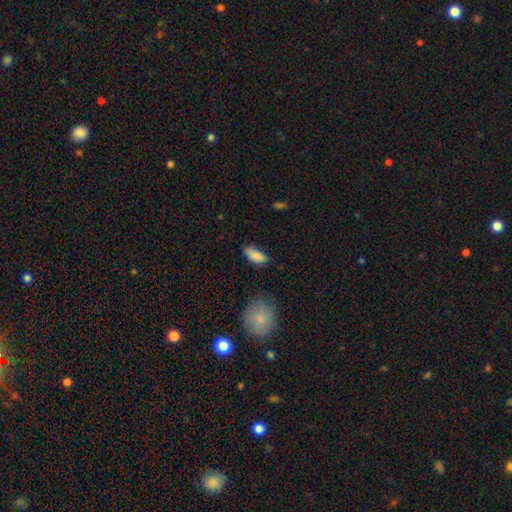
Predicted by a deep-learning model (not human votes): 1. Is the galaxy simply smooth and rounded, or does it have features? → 83% smooth, 9% featured or disk, 8% star or artifact.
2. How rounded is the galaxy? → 81% in between, 16% cigar-shaped, 3% round.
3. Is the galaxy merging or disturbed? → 70% none, 23% minor disturbance, 5% major disturbance, 3% merger.